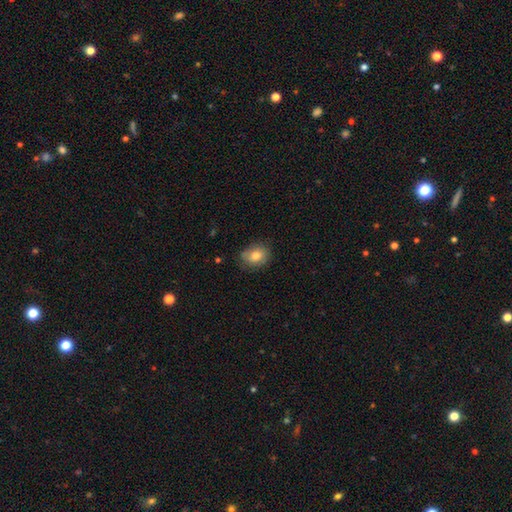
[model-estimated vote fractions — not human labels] Smooth or featured: smooth — 79% (featured or disk — 12%)
How rounded: in between — 54% (round — 45%)
Merging: none — 72% (minor disturbance — 22%)